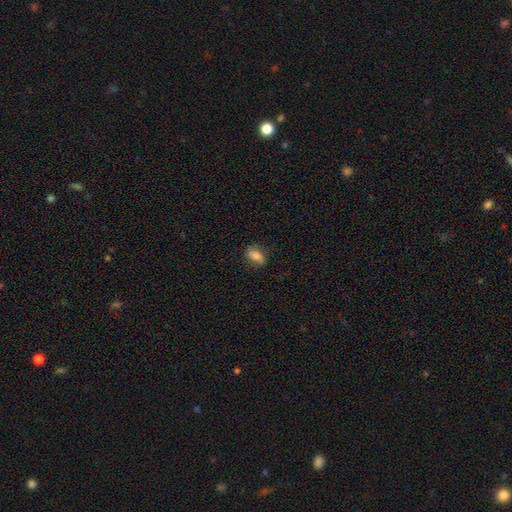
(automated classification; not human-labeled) Smooth or featured? Predicted: smooth (p=0.73). How rounded? Predicted: in between (p=0.83). Merging? Predicted: none (p=0.79).